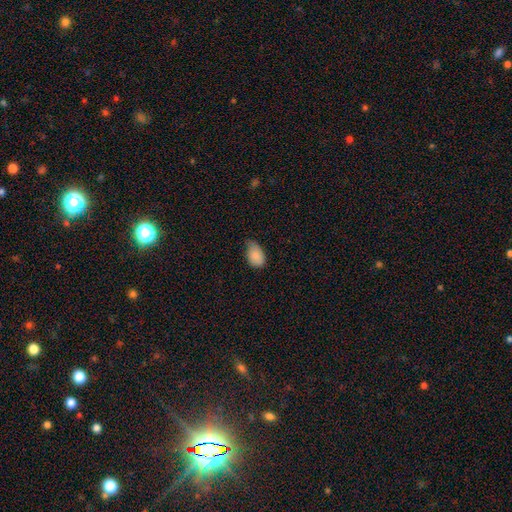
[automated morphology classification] Q: Smooth or featured?
A: smooth (88%); runner-up: star or artifact (7%)
Q: How rounded?
A: in between (88%); runner-up: round (10%)
Q: Merging?
A: none (46%); runner-up: minor disturbance (45%)